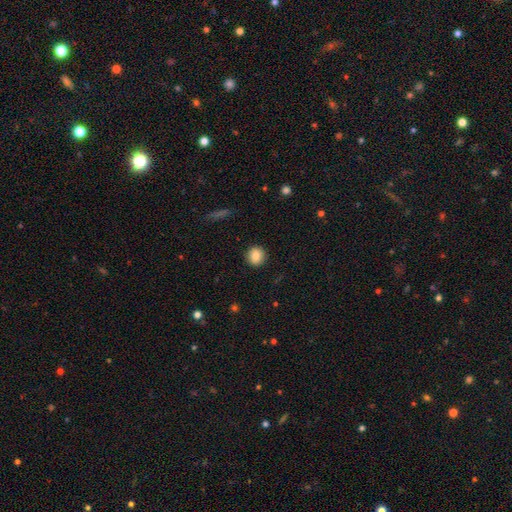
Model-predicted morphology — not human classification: smooth_or_featured: smooth (p=0.84) [alt: star or artifact p=0.09]
how_rounded: round (p=0.91) [alt: in between p=0.08]
merging: none (p=0.91) [alt: minor disturbance p=0.06]